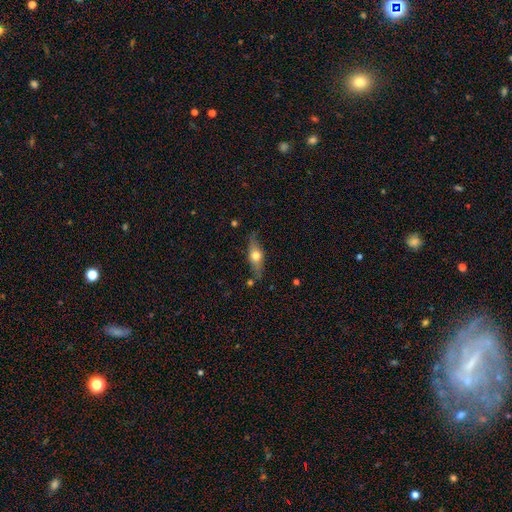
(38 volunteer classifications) smooth-or-featured: smooth: 66% | featured or disk: 32% | star or artifact: 3%
  how-rounded: cigar-shaped: 56% | in between: 44% | round: 0%
  merging: none: 68% | minor disturbance: 24% | merger: 8% | major disturbance: 0%